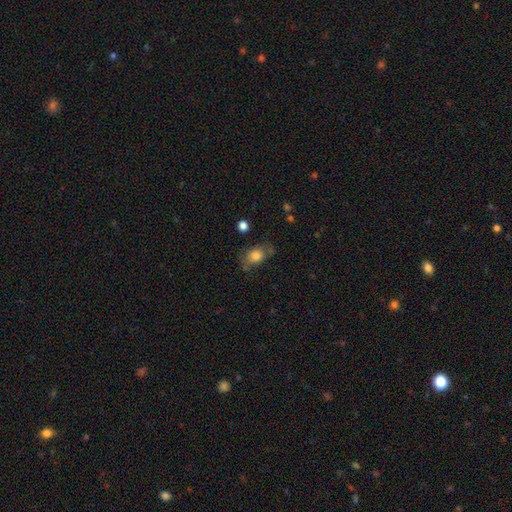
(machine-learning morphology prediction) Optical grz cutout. It shows a smooth galaxy with no disk features (74%) that is in between round and cigar-shaped (76%). Merging: none (61%).